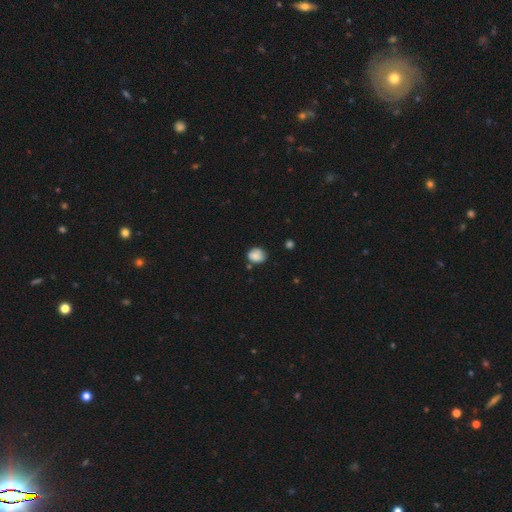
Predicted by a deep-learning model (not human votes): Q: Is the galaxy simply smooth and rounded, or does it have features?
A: smooth — 79%.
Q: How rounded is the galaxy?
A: round — 53%.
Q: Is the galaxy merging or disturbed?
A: none — 60%.